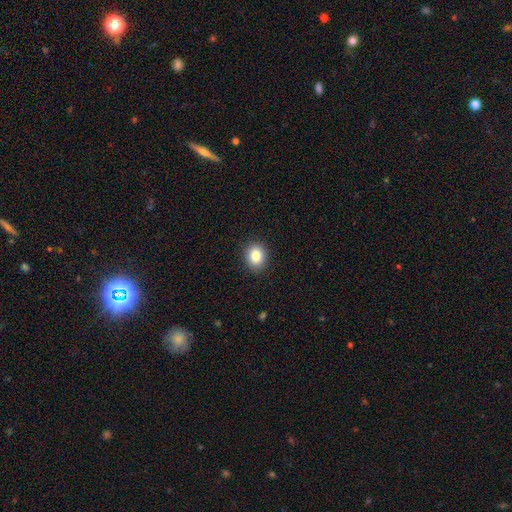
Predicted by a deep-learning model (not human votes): smooth-or-featured: smooth: 84% | star or artifact: 9% | featured or disk: 6%
  how-rounded: round: 62% | in between: 37% | cigar-shaped: 1%
  merging: none: 90% | minor disturbance: 7% | major disturbance: 2% | merger: 1%